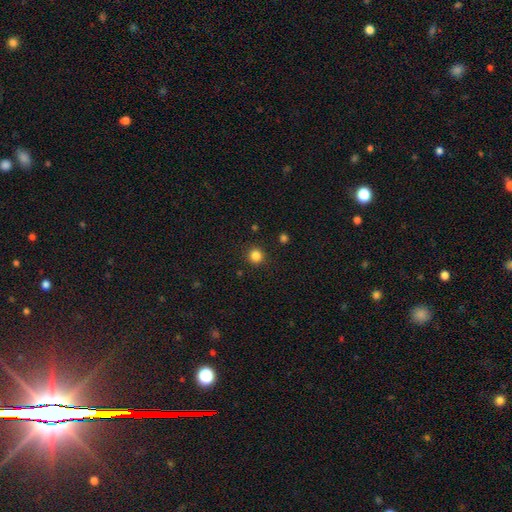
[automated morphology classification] smooth-or-featured: smooth: 84% | star or artifact: 12% | featured or disk: 3%
  how-rounded: round: 91% | in between: 8% | cigar-shaped: 1%
  merging: none: 91% | minor disturbance: 6% | major disturbance: 2% | merger: 1%